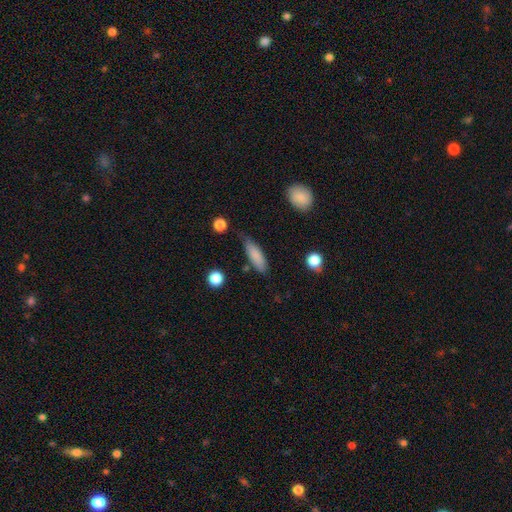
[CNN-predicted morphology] smooth 82%, featured or disk 12%, star or artifact 7%. Down the decision tree: how rounded — in between (50%); merging — none (65%).